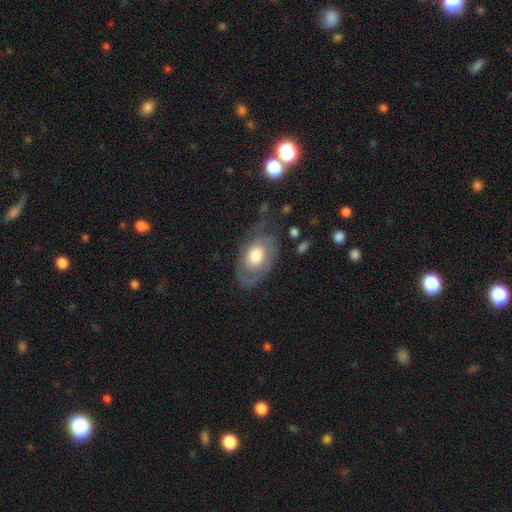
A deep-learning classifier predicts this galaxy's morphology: Smooth or featured? featured or disk (52%)
Edge-on disk? no (93%)
Merging? none (52%)